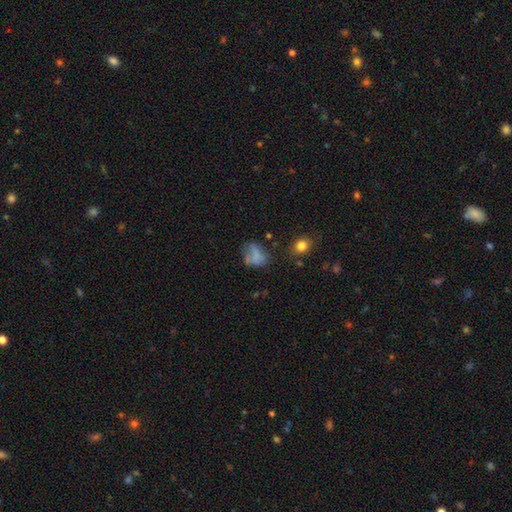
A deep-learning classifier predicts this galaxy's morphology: Smooth or featured: smooth — 62% (featured or disk — 23%)
How rounded: in between — 65% (round — 32%)
Merging: none — 36% (major disturbance — 29%)